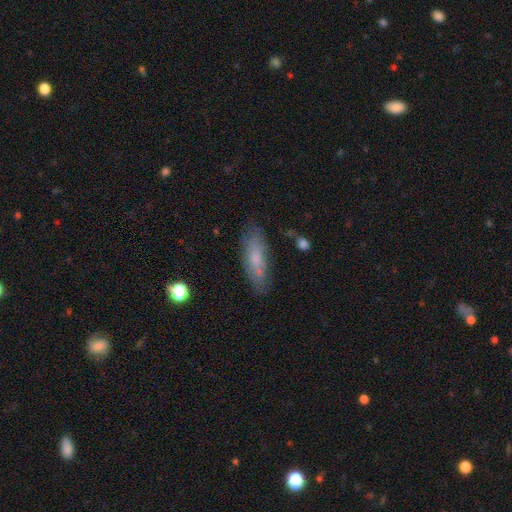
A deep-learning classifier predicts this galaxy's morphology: Smooth or featured? Predicted: smooth (p=0.62). How rounded? Predicted: in between (p=0.53). Merging? Predicted: none (p=0.75).